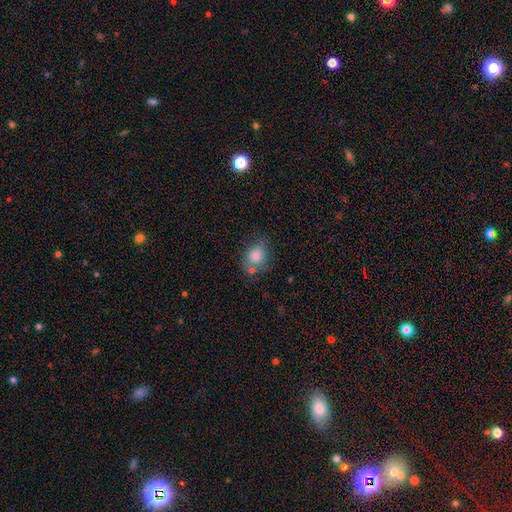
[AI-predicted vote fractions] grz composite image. It shows a smooth galaxy with no disk features (80%) that is in between round and cigar-shaped (55%). Merging: none (54%).